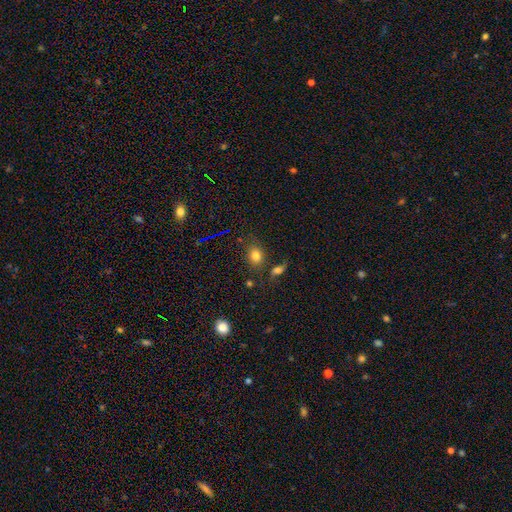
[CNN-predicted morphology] smooth_or_featured: smooth (p=0.79) [alt: star or artifact p=0.12]
how_rounded: in between (p=0.57) [alt: round p=0.41]
merging: none (p=0.72) [alt: minor disturbance p=0.14]